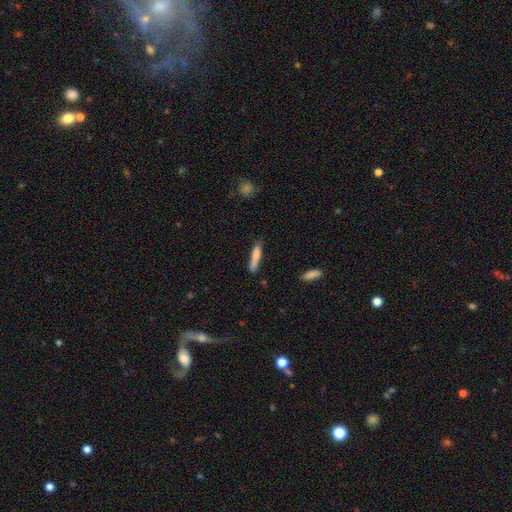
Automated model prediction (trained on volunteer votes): The model was most divided on "merging": none: 69%, minor disturbance: 21%, major disturbance: 5%, merger: 5%. More confident: how rounded — cigar-shaped (87%); smooth or featured — smooth (75%).